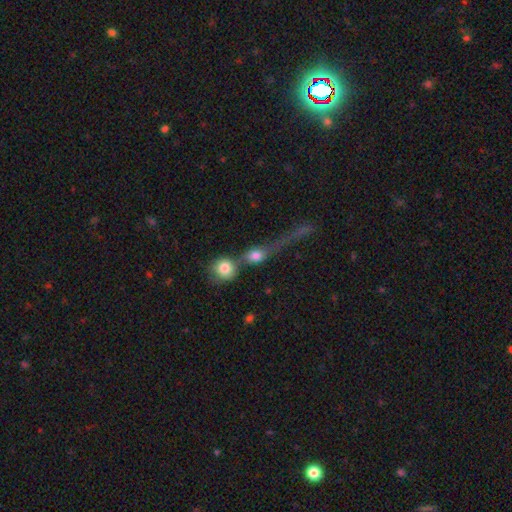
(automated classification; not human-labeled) Smooth or featured? smooth (67%)
How rounded? round (57%)
Merging? merger (58%)